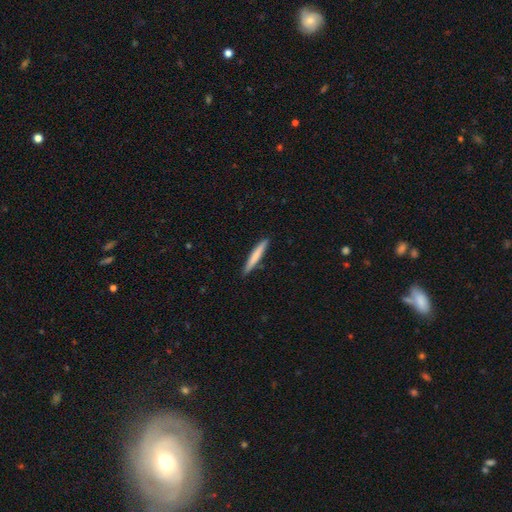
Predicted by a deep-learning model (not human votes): This appears to be a smooth galaxy with no disk features (71%) that is cigar-shaped (95%). Merging: none (89%).